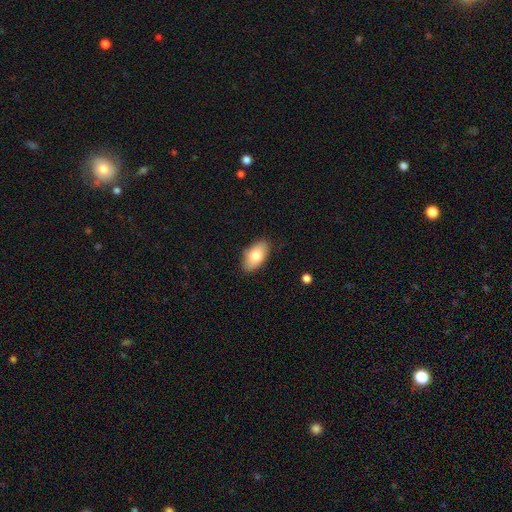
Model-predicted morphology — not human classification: A smooth galaxy with no disk features (79%) that is in between round and cigar-shaped (93%). Merging: none (84%).